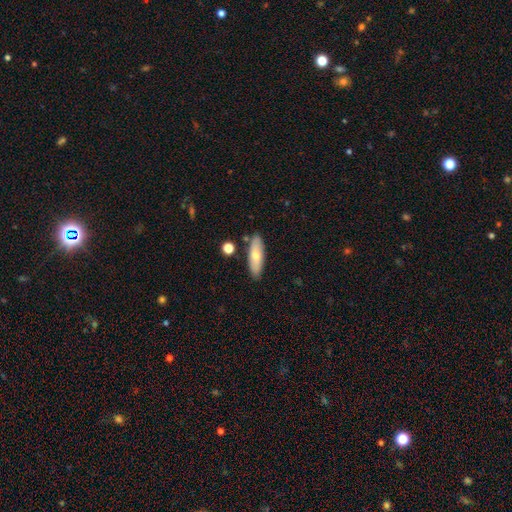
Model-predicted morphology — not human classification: Q: Smooth or featured?
A: smooth (65%); runner-up: featured or disk (28%)
Q: How rounded?
A: in between (51%); runner-up: cigar-shaped (47%)
Q: Merging?
A: none (83%); runner-up: minor disturbance (11%)